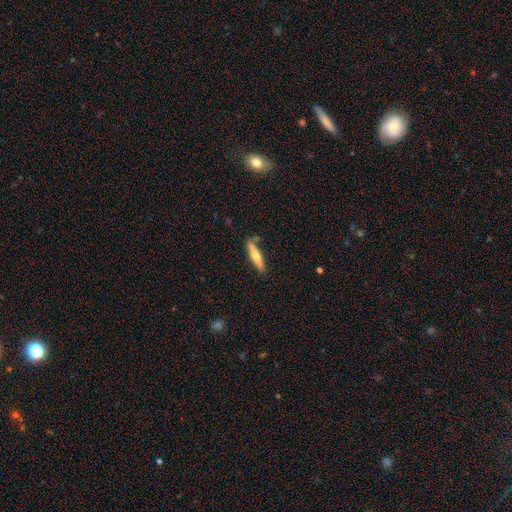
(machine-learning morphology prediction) Smooth or featured? smooth (53%)
How rounded? cigar-shaped (84%)
Merging? none (79%)